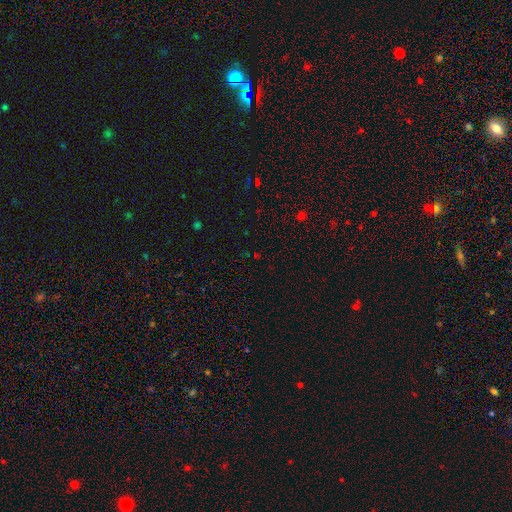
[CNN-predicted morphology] A star or artifact, not a galaxy (66%).